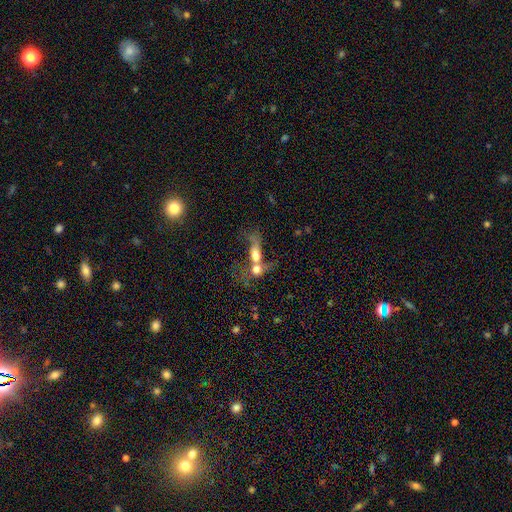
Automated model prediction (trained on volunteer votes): Smooth or featured? Predicted: smooth (p=0.53). How rounded? Predicted: in between (p=0.55). Merging? Predicted: merger (p=0.71).